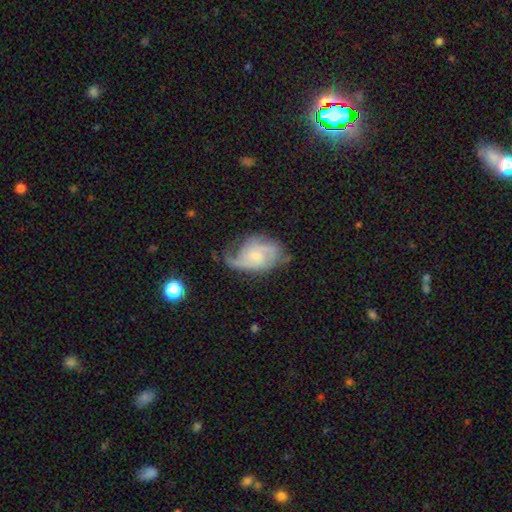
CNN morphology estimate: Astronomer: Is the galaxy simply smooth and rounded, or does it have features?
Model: featured or disk — 78%.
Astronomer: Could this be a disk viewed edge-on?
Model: no — 97%.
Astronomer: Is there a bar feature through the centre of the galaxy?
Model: no — 61%.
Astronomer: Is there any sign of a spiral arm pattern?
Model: yes — 94%.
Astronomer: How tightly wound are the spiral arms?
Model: medium — 46% (runner-up: loose, 27%).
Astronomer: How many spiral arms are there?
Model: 2 — 56%.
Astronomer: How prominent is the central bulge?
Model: small — 60%.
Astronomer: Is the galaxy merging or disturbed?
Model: none — 51% (runner-up: minor disturbance, 28%).